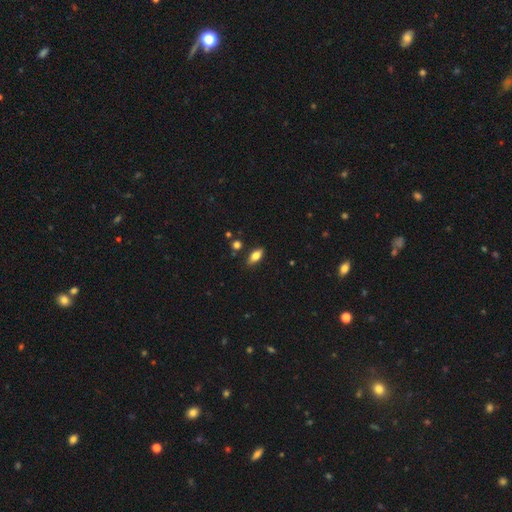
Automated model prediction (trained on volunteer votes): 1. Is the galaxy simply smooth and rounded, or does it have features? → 77% smooth, 15% featured or disk, 8% star or artifact.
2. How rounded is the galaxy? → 85% in between, 11% cigar-shaped, 3% round.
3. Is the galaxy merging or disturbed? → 84% none, 11% minor disturbance, 3% merger, 2% major disturbance.